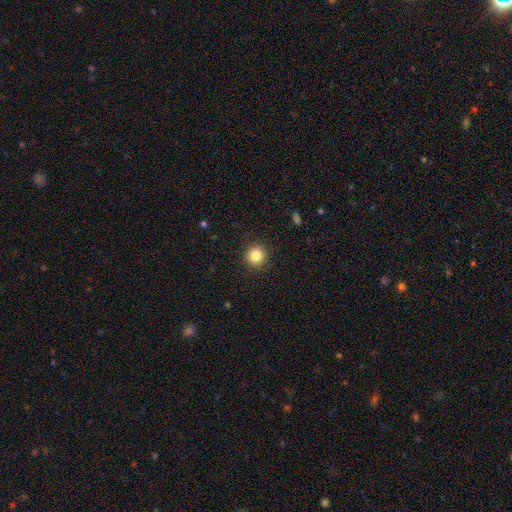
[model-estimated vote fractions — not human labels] smooth_or_featured: smooth (p=0.84) [alt: star or artifact p=0.10]
how_rounded: round (p=0.94) [alt: in between p=0.05]
merging: none (p=0.92) [alt: minor disturbance p=0.05]